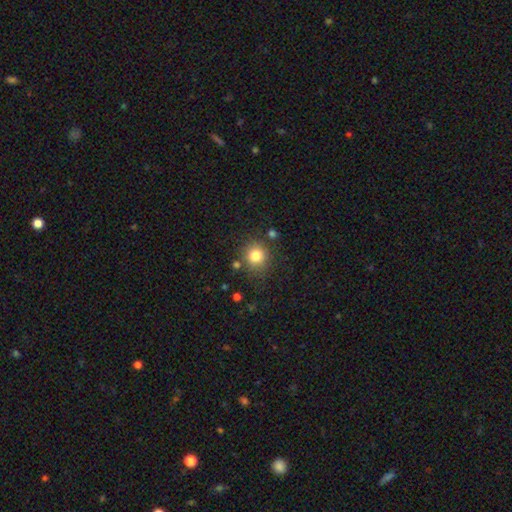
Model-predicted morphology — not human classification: smooth-or-featured: smooth: 80% | star or artifact: 12% | featured or disk: 7%
  how-rounded: round: 88% | in between: 11% | cigar-shaped: 1%
  merging: none: 81% | minor disturbance: 10% | merger: 5% | major disturbance: 4%